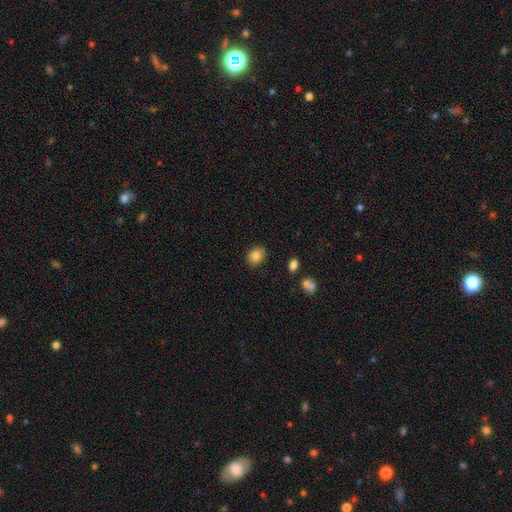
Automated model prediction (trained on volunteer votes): Smooth or featured? smooth (85%)
How rounded? in between (51%)
Merging? none (86%)